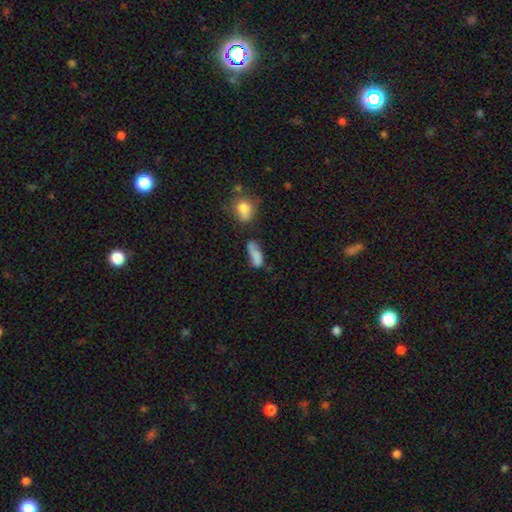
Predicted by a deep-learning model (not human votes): smooth 76%, featured or disk 14%, star or artifact 11%. Down the decision tree: how rounded — in between (73%); merging — none (40%).